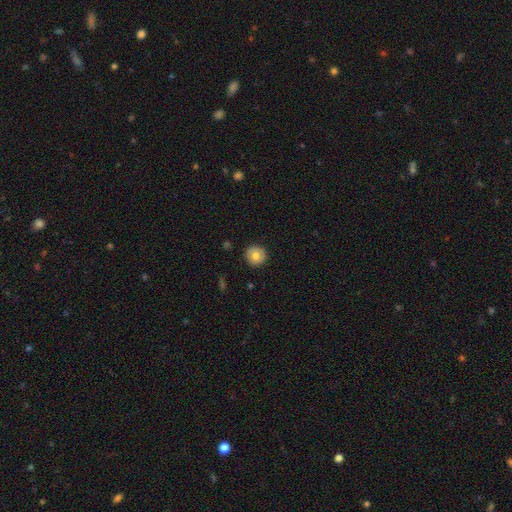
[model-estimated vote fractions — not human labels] A smooth galaxy with no disk features (77%) that is round (94%). Merging: none (90%).